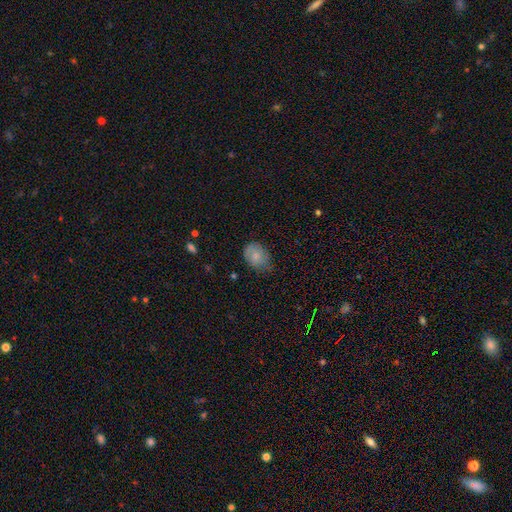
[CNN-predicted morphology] type=smooth (77%); roundness=in between (61%); merging=none (52%).